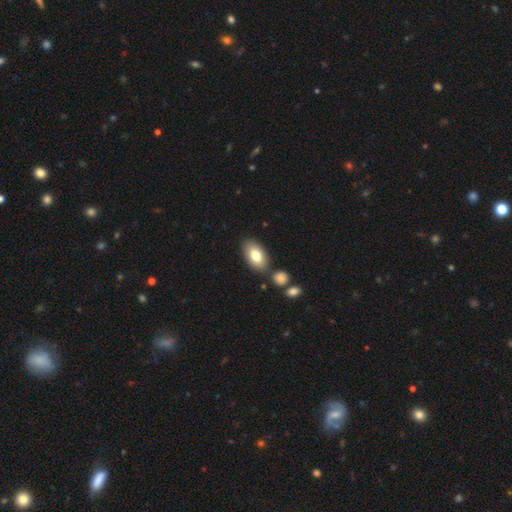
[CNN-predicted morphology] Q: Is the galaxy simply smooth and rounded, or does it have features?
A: smooth — 79%.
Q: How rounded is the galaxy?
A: in between — 93%.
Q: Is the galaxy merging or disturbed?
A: none — 78%.